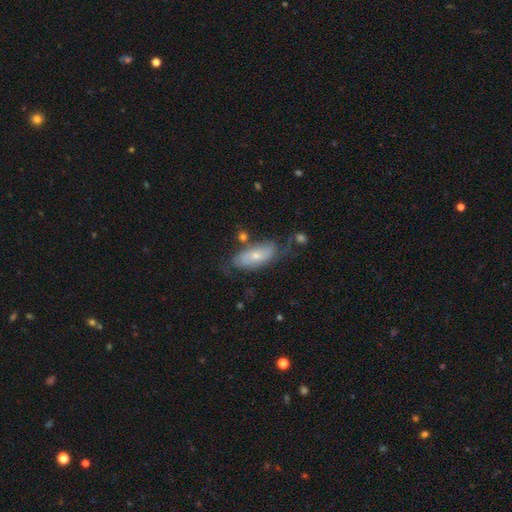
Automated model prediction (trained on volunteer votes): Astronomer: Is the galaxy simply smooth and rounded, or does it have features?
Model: featured or disk — 48% (runner-up: smooth, 45%).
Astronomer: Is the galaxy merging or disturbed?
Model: none — 54%.